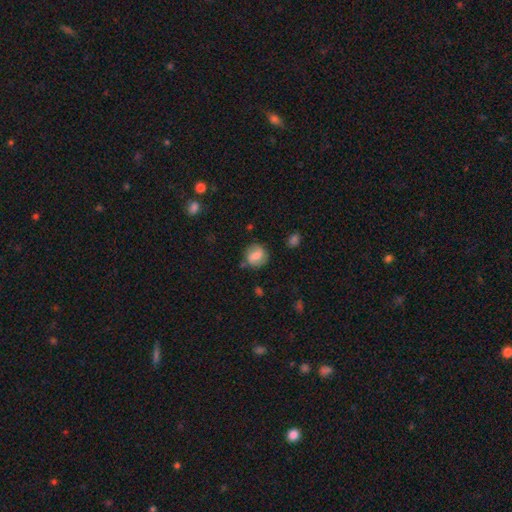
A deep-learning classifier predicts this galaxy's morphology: Smooth or featured? Predicted: smooth (p=0.60). How rounded? Predicted: round (p=0.76). Merging? Predicted: none (p=0.72).